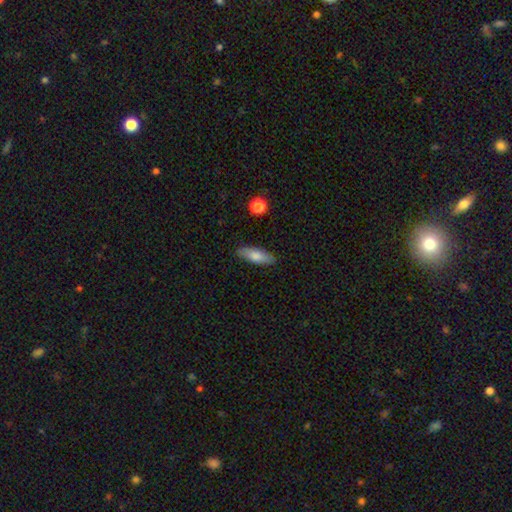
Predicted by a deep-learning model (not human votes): smooth_or_featured: smooth (p=0.74) [alt: featured or disk p=0.19]
how_rounded: in between (p=0.60) [alt: cigar-shaped p=0.38]
merging: none (p=0.88) [alt: minor disturbance p=0.09]